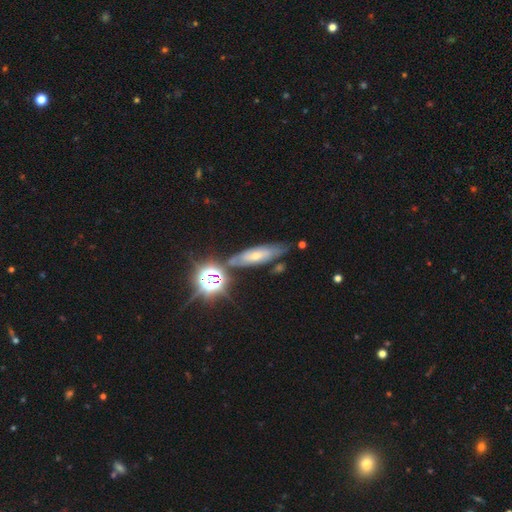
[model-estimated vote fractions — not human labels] Smooth or featured? Predicted: featured or disk (p=0.41). Merging? Predicted: none (p=0.71).